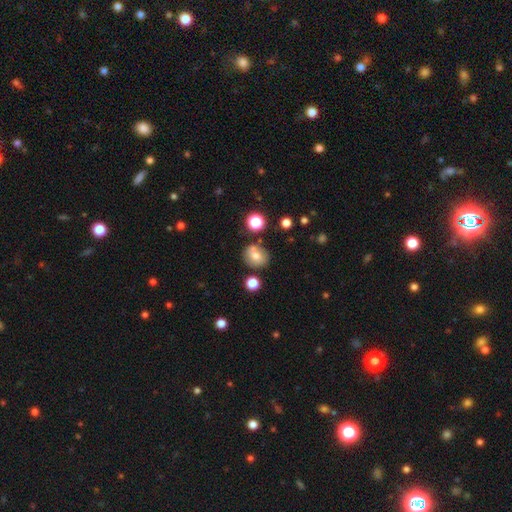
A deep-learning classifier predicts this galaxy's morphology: Smooth or featured: smooth — 69% (featured or disk — 18%)
How rounded: round — 75% (in between — 24%)
Merging: none — 68% (merger — 15%)